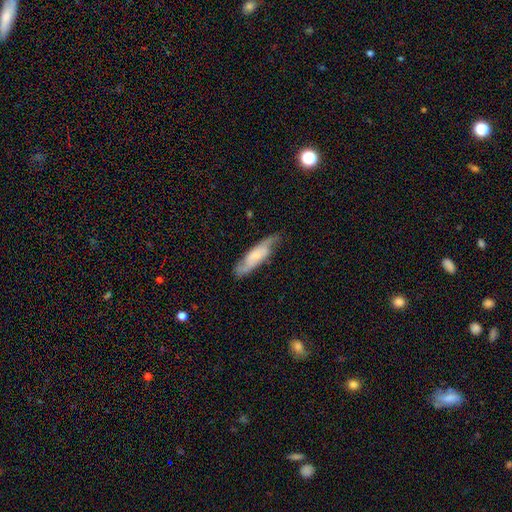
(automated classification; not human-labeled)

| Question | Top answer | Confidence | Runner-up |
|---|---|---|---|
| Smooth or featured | featured or disk | 63% | smooth (31%) |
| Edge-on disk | no | 74% | yes (26%) |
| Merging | none | 76% | minor disturbance (18%) |